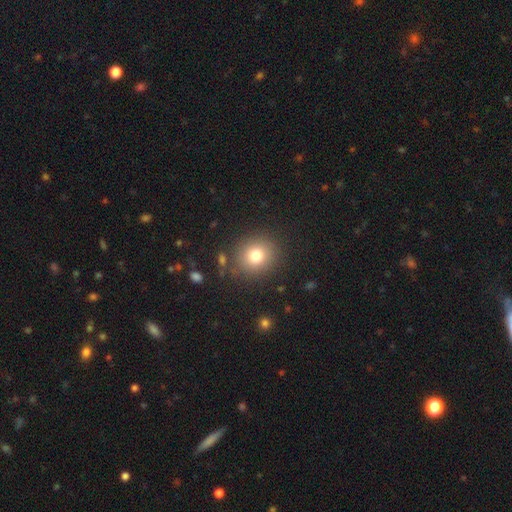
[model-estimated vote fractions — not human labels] Smooth or featured? Predicted: smooth (p=0.79). How rounded? Predicted: round (p=0.81). Merging? Predicted: none (p=0.85).